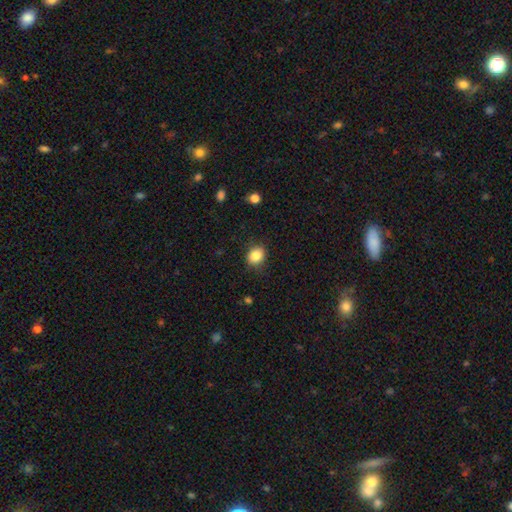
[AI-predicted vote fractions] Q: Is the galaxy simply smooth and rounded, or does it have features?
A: smooth — 85%.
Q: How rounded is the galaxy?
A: round — 56%.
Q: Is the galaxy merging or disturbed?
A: none — 85%.